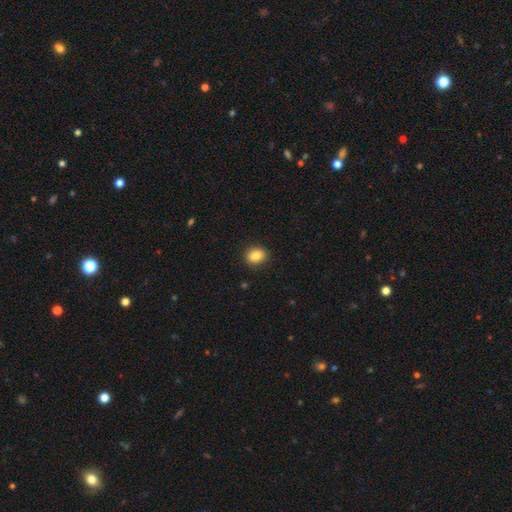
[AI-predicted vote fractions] smooth_or_featured: smooth (p=0.85) [alt: star or artifact p=0.09]
how_rounded: round (p=0.55) [alt: in between p=0.44]
merging: none (p=0.89) [alt: minor disturbance p=0.08]